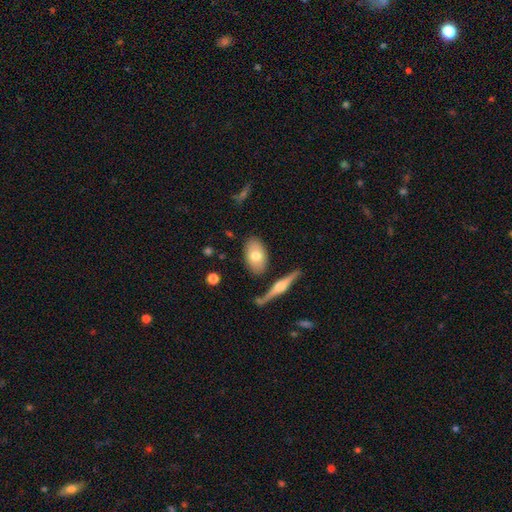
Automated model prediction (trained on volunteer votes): This is likely a smooth galaxy (69%). How rounded: clearly in between (90%). Merging: likely none (80%).